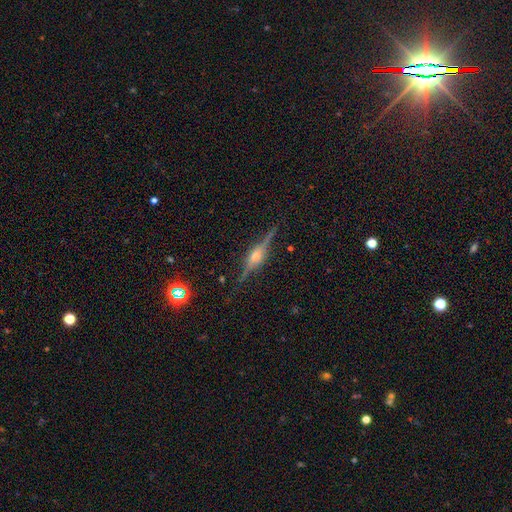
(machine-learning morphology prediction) Q: Smooth or featured?
A: featured or disk (85%); runner-up: star or artifact (8%)
Q: Edge-on disk?
A: yes (98%); runner-up: no (2%)
Q: Edge-on bulge?
A: rounded (81%); runner-up: boxy (16%)
Q: Merging?
A: none (88%); runner-up: minor disturbance (9%)